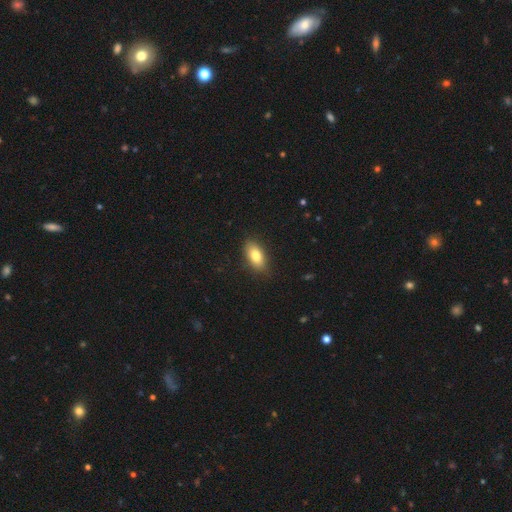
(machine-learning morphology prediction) smooth 80%, featured or disk 12%, star or artifact 7%. Down the decision tree: how rounded — in between (89%); merging — none (85%).